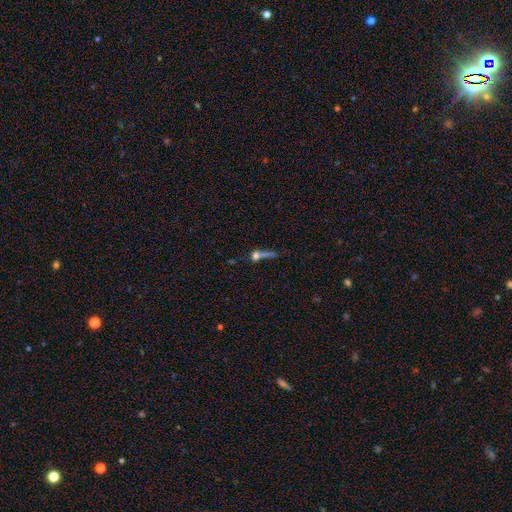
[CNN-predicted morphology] type=smooth (52%); roundness=round (47%); merging=none (39%).